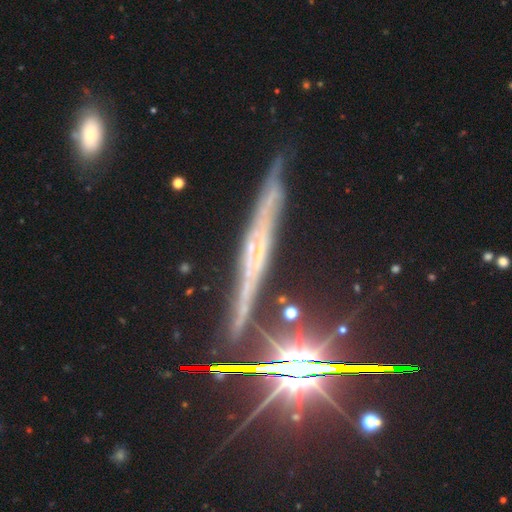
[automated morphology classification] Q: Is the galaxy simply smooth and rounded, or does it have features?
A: featured or disk — 63%.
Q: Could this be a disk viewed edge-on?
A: yes — 93%.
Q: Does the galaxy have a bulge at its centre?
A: none — 57%.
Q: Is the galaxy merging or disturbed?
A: none — 79%.